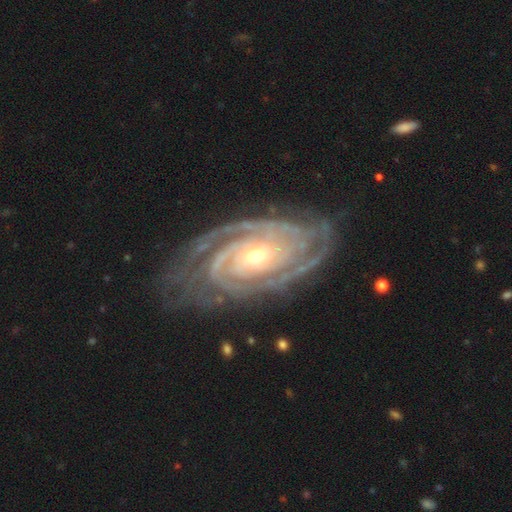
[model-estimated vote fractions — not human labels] Smooth or featured? Predicted: featured or disk (p=0.92). Edge-on disk? Predicted: no (p=0.96). Bar? Predicted: no (p=0.64). Spiral arms? Predicted: yes (p=0.99). Spiral winding? Predicted: tight (p=0.83). Spiral arm count? Predicted: 2 (p=0.29). Bulge size? Predicted: small (p=0.50). Merging? Predicted: none (p=0.76).